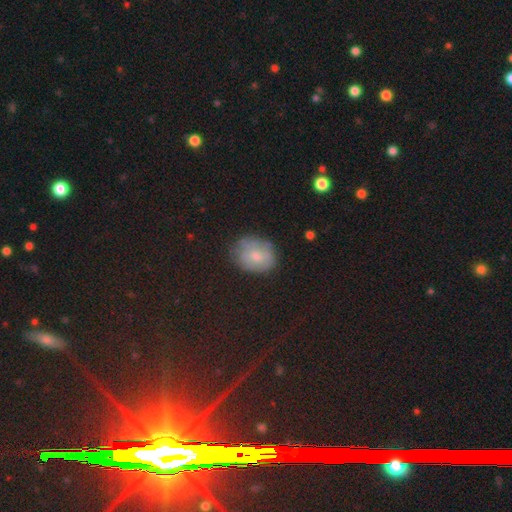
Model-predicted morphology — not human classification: type=smooth (60%); roundness=in between (50%); merging=none (66%).